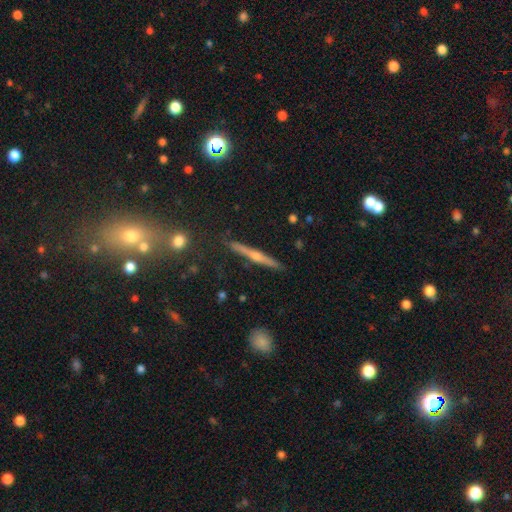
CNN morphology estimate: The model was most divided on "smooth or featured": featured or disk: 70%, smooth: 22%, star or artifact: 7%. More confident: edge-on disk — yes (98%); merging — none (90%); edge-on bulge — rounded (84%).